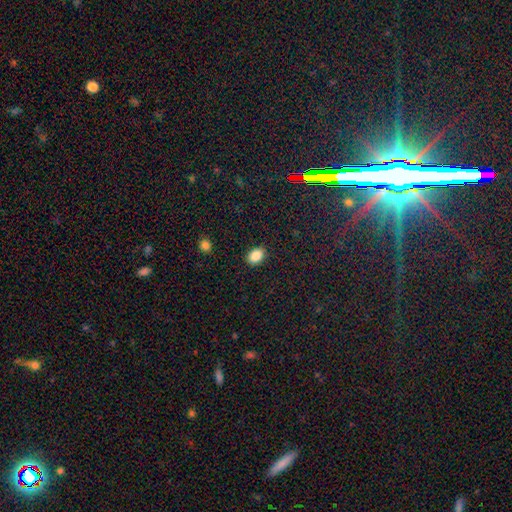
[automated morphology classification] smooth 87%, star or artifact 9%, featured or disk 5%. Down the decision tree: how rounded — in between (80%); merging — none (88%).